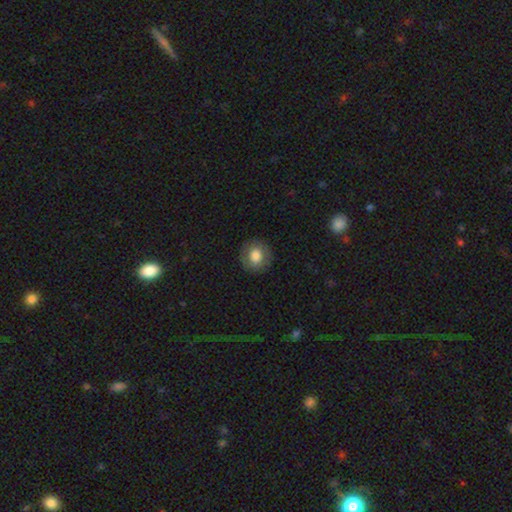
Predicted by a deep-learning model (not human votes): Q: Smooth or featured?
A: smooth (73%); runner-up: featured or disk (18%)
Q: How rounded?
A: round (86%); runner-up: in between (13%)
Q: Merging?
A: none (87%); runner-up: minor disturbance (9%)